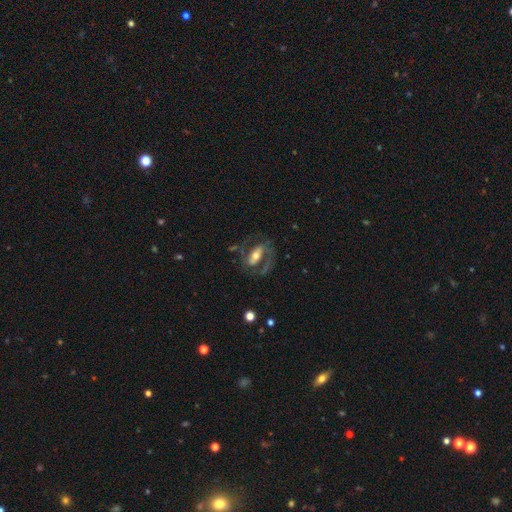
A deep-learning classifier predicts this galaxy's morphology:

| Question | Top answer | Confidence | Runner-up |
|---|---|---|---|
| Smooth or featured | featured or disk | 72% | smooth (22%) |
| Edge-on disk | no | 92% | yes (8%) |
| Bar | strong | 44% | no (28%) |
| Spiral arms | yes | 76% | no (24%) |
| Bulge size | moderate | 61% | small (23%) |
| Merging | none | 59% | major disturbance (22%) |